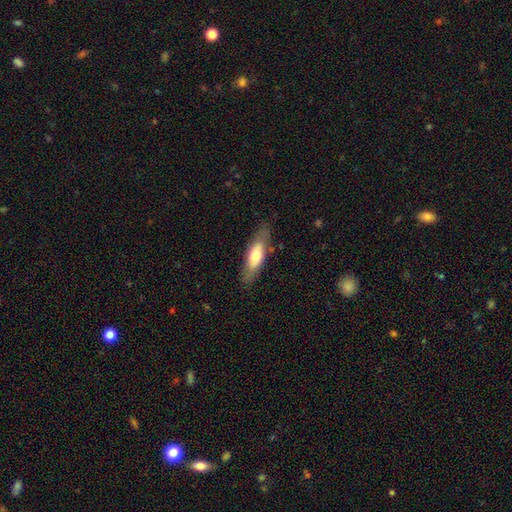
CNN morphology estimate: smooth_or_featured: smooth (p=0.59) [alt: featured or disk p=0.36]
how_rounded: in between (p=0.52) [alt: cigar-shaped p=0.46]
merging: none (p=0.80) [alt: minor disturbance p=0.15]